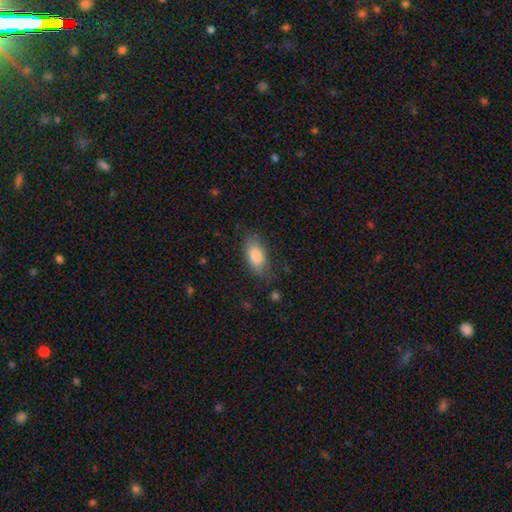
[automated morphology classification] Smooth or featured?
  - smooth: 82% *
  - featured or disk: 11%
  - star or artifact: 7%
How rounded?
  - in between: 87% *
  - cigar-shaped: 9%
  - round: 4%
Merging?
  - none: 73% *
  - minor disturbance: 20%
  - major disturbance: 6%
  - merger: 2%